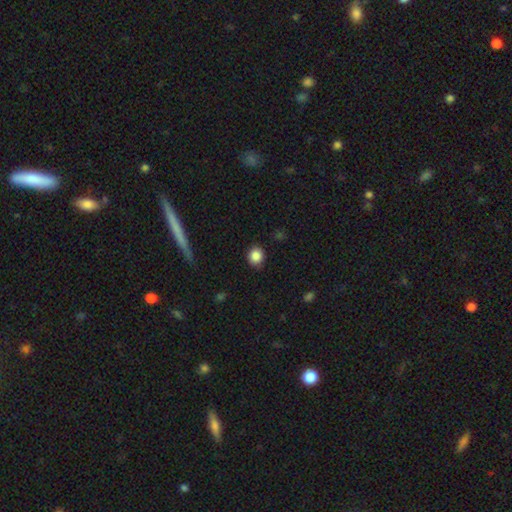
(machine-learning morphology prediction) Smooth or featured?
  - smooth: 87% *
  - star or artifact: 9%
  - featured or disk: 4%
How rounded?
  - round: 80% *
  - in between: 19%
  - cigar-shaped: 1%
Merging?
  - none: 85% *
  - minor disturbance: 11%
  - major disturbance: 3%
  - merger: 1%